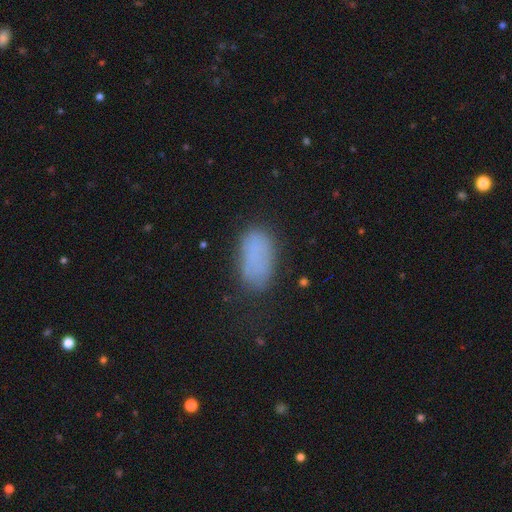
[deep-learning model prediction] smooth 78%, star or artifact 12%, featured or disk 11%. Down the decision tree: how rounded — in between (92%); merging — none (65%).